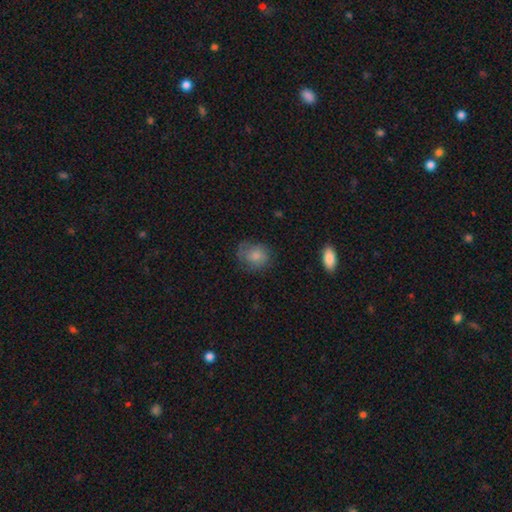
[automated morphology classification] A smooth galaxy with no disk features (74%) that is round (69%).

Vote fractions:
- Smooth or featured? smooth: 74% / featured or disk: 17% / star or artifact: 9%
- How rounded? round: 69% / in between: 30% / cigar-shaped: 1%
- Merging? none: 62% / minor disturbance: 26% / major disturbance: 11% / merger: 2%